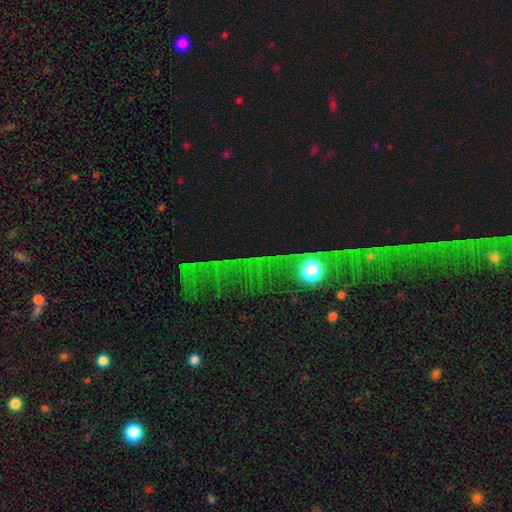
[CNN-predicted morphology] Smooth or featured?
  - star or artifact: 71% *
  - featured or disk: 16%
  - smooth: 13%